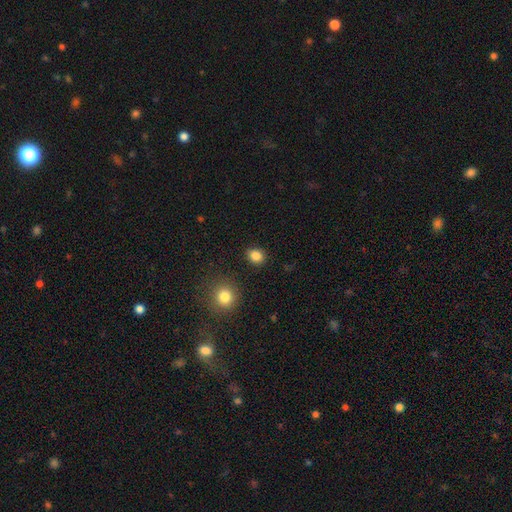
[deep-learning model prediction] A smooth galaxy with no disk features (84%) that is round (57%). Merging: none (88%).